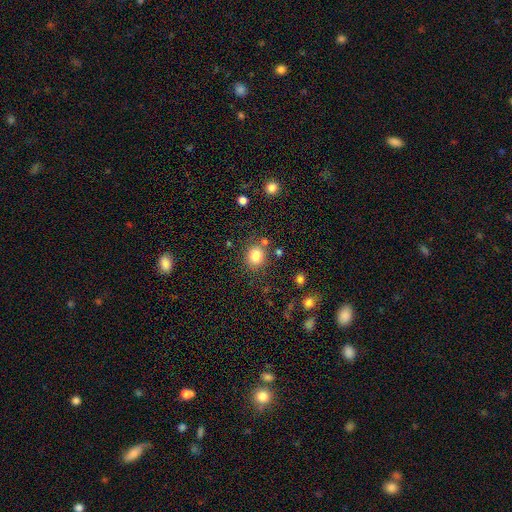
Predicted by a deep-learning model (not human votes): smooth_or_featured: smooth (p=0.82) [alt: star or artifact p=0.11]
how_rounded: round (p=0.78) [alt: in between p=0.21]
merging: none (p=0.77) [alt: minor disturbance p=0.11]